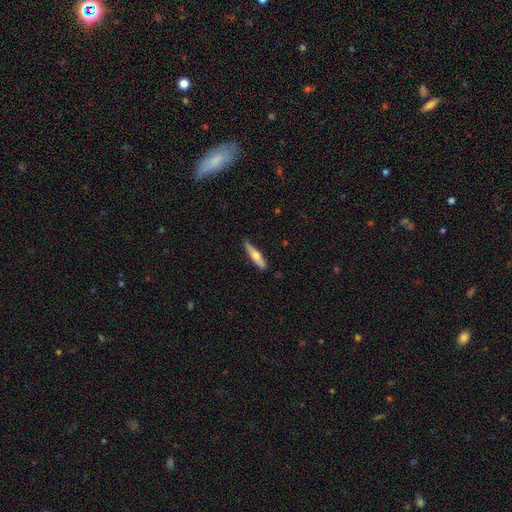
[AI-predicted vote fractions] Morphology: type=smooth (52%); roundness=cigar-shaped (82%); merging=none (83%).